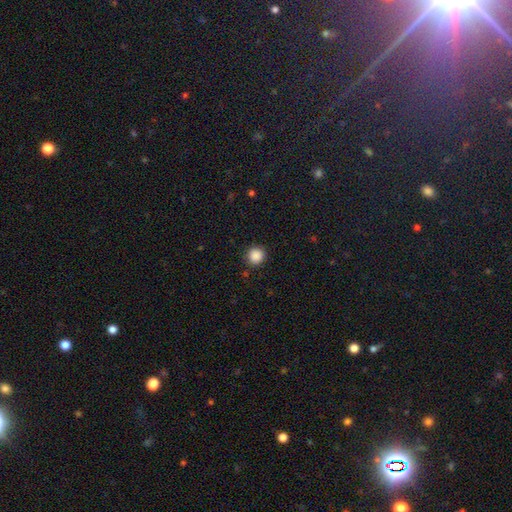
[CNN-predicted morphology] Smooth or featured? Predicted: smooth (p=0.88). How rounded? Predicted: round (p=0.92). Merging? Predicted: none (p=0.89).